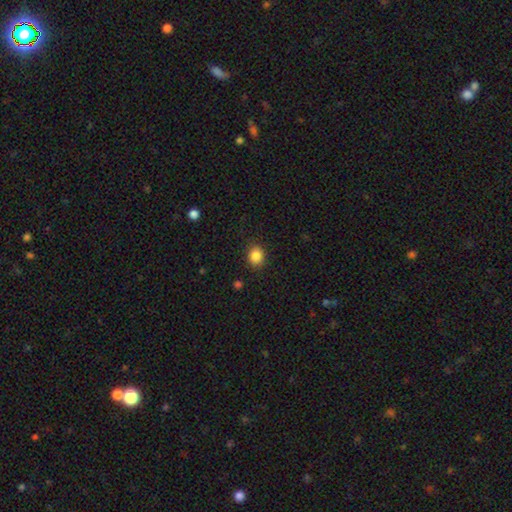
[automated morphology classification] This appears to be a smooth galaxy with no disk features (87%) that is round (65%). Merging: none (88%).